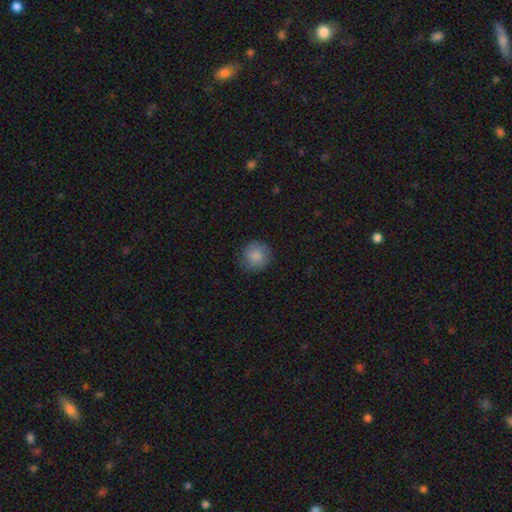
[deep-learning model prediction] Overall: smooth (86%). How rounded: round (93%). Merging: none (86%).